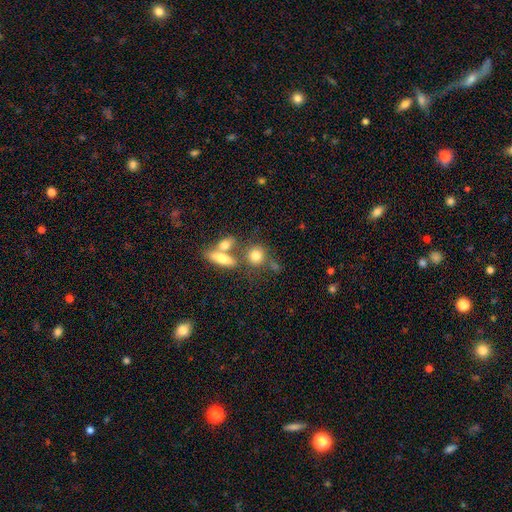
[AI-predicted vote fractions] smooth 78%, featured or disk 13%, star or artifact 9%. Down the decision tree: how rounded — round (69%); merging — none (54%).